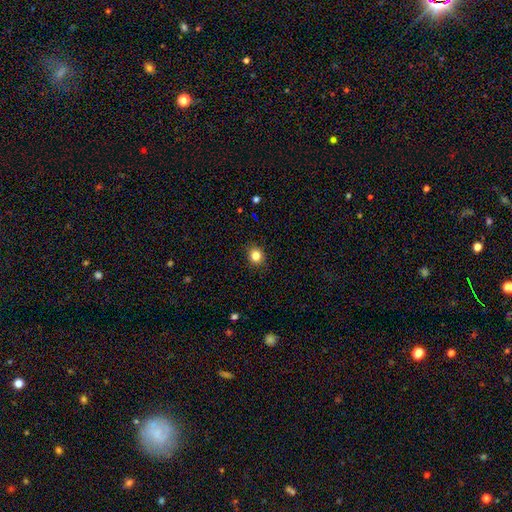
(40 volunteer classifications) This appears to be a smooth galaxy with no disk features (85%) that is round (79%). Merging: none (95%).